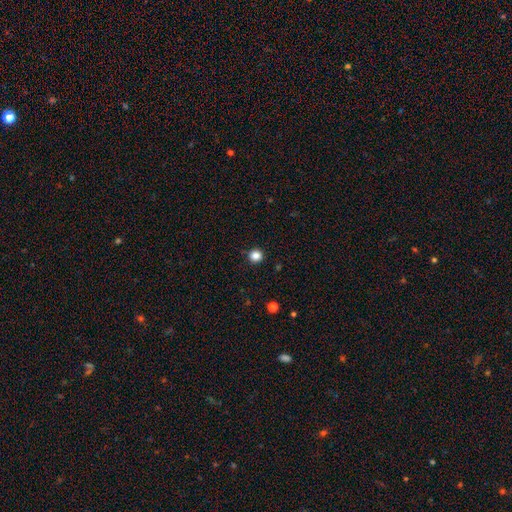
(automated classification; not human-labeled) The model was most divided on "smooth or featured": smooth: 85%, star or artifact: 12%, featured or disk: 3%. More confident: how rounded — round (93%); merging — none (91%).